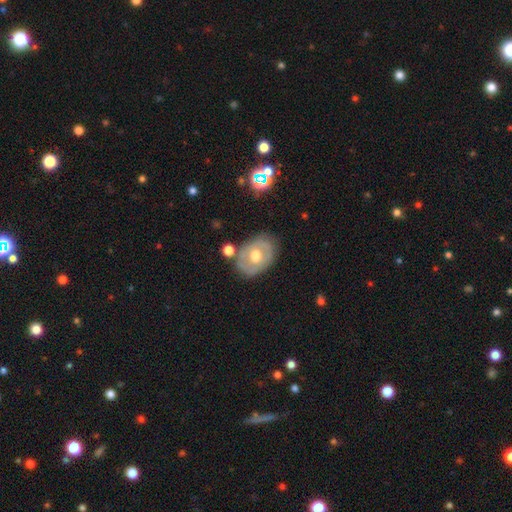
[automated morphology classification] Smooth or featured? featured or disk (53%)
Edge-on disk? no (93%)
Merging? none (74%)